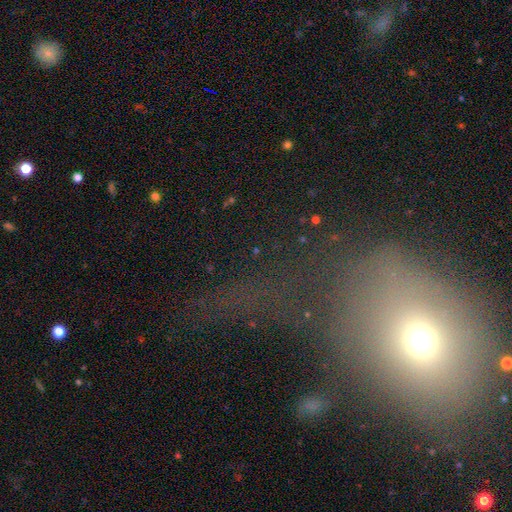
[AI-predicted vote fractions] Overall: smooth (48%; star or artifact 32%). Merging: major disturbance (40%; none 38%).